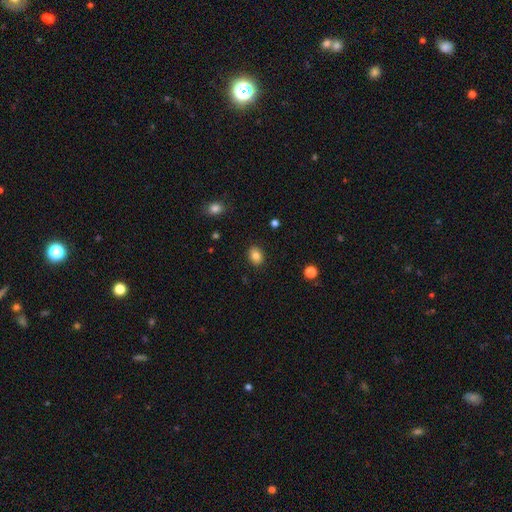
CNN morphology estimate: This appears to be a smooth galaxy with no disk features (83%) that is in between round and cigar-shaped (59%). Merging: none (88%).